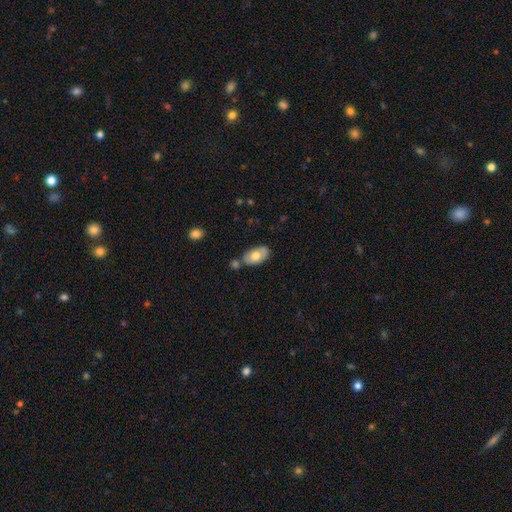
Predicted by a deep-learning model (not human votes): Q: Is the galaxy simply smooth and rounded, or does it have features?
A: smooth — 69%.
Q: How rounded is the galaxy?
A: in between — 93%.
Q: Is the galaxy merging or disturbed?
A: none — 63%.